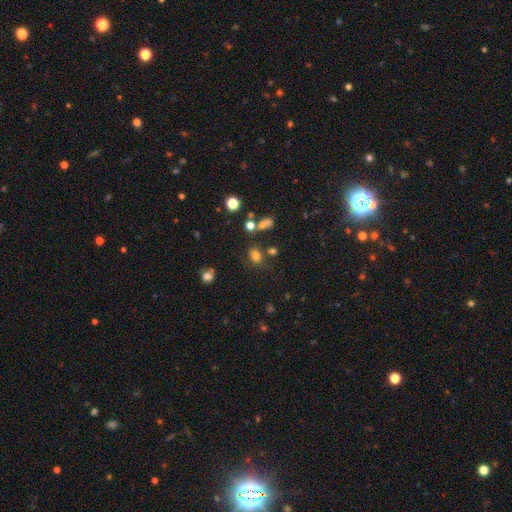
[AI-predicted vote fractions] Smooth or featured: smooth — 74% (star or artifact — 19%)
How rounded: round — 51% (in between — 48%)
Merging: none — 71% (minor disturbance — 13%)